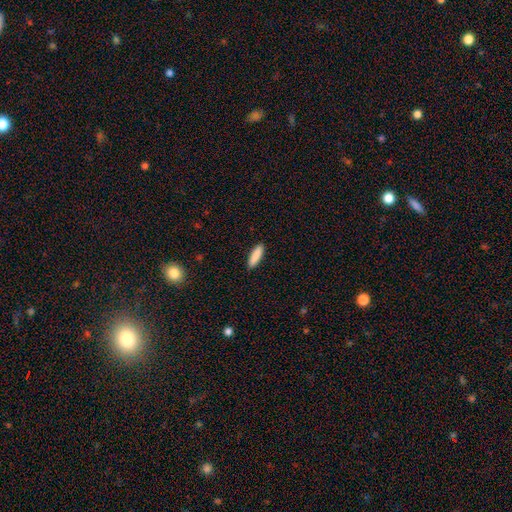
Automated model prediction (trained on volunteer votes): Smooth or featured?
  - smooth: 88% *
  - star or artifact: 6%
  - featured or disk: 5%
How rounded?
  - cigar-shaped: 63% *
  - in between: 35%
  - round: 1%
Merging?
  - none: 90% *
  - minor disturbance: 7%
  - major disturbance: 2%
  - merger: 1%